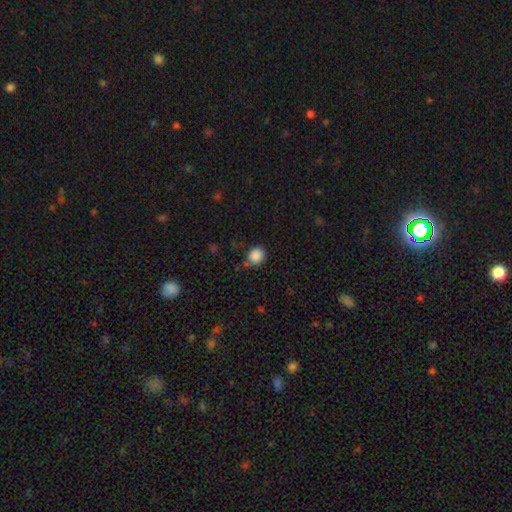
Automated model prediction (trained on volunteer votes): Smooth or featured? Predicted: smooth (p=0.87). How rounded? Predicted: round (p=0.83). Merging? Predicted: none (p=0.66).